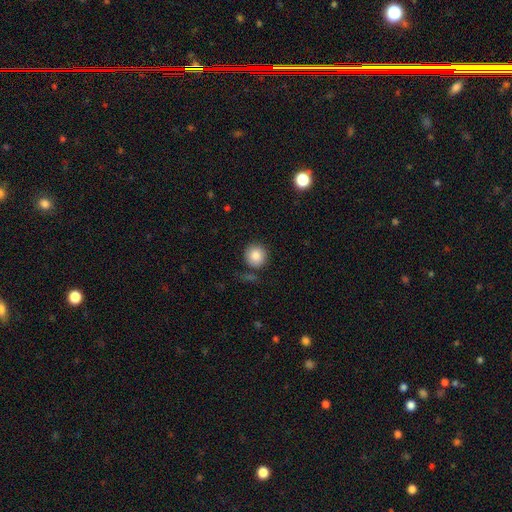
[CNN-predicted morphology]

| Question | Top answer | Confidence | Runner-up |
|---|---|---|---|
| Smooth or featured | smooth | 86% | star or artifact (9%) |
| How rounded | round | 94% | in between (5%) |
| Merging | none | 82% | minor disturbance (9%) |